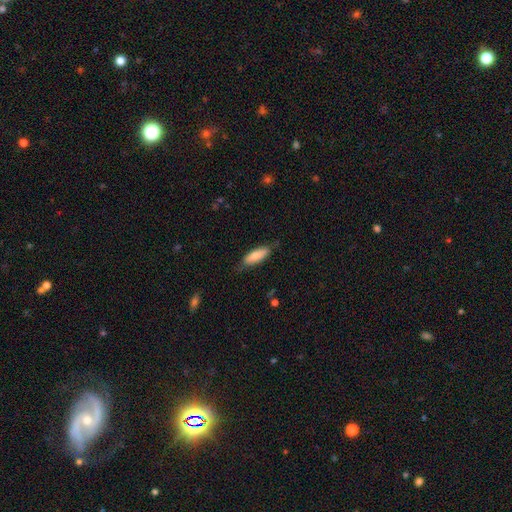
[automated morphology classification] A smooth galaxy with no disk features (78%) that is in between round and cigar-shaped (59%).

Vote fractions:
- Smooth or featured? smooth: 78% / featured or disk: 17% / star or artifact: 6%
- How rounded? in between: 59% / cigar-shaped: 39% / round: 2%
- Merging? none: 70% / minor disturbance: 23% / major disturbance: 5% / merger: 1%